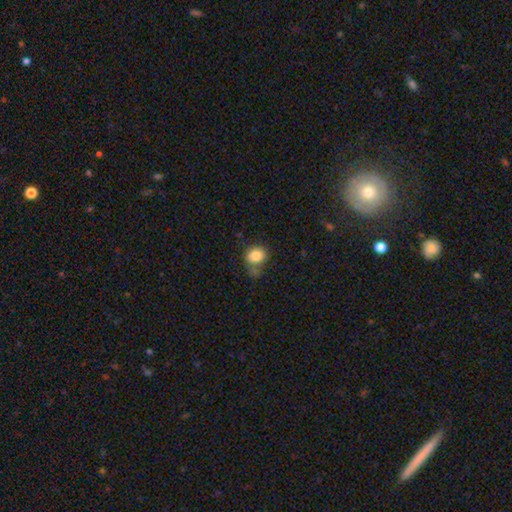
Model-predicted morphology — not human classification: Smooth or featured?
  - smooth: 85% *
  - star or artifact: 9%
  - featured or disk: 6%
How rounded?
  - round: 69% *
  - in between: 30%
  - cigar-shaped: 1%
Merging?
  - none: 63% *
  - minor disturbance: 17%
  - merger: 13%
  - major disturbance: 7%